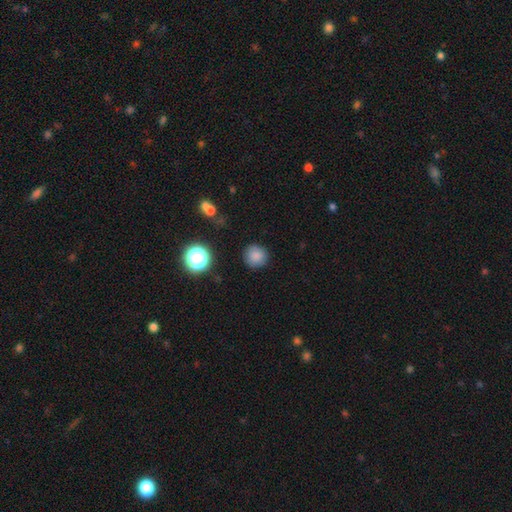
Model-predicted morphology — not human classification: Smooth or featured? Predicted: smooth (p=0.83). How rounded? Predicted: round (p=0.94). Merging? Predicted: none (p=0.89).